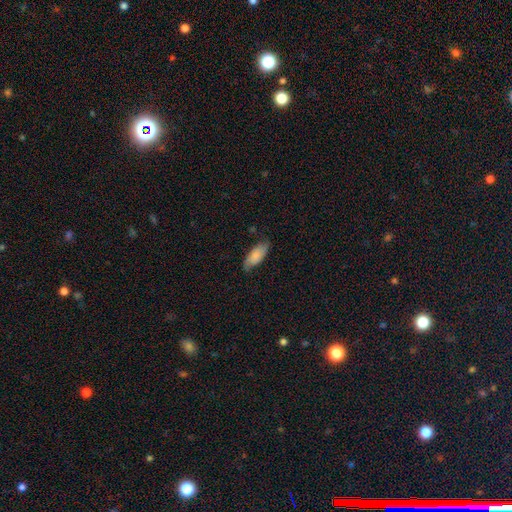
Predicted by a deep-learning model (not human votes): smooth-or-featured: smooth: 70% | featured or disk: 23% | star or artifact: 6%
  how-rounded: in between: 82% | cigar-shaped: 16% | round: 2%
  merging: none: 72% | minor disturbance: 22% | major disturbance: 5% | merger: 1%